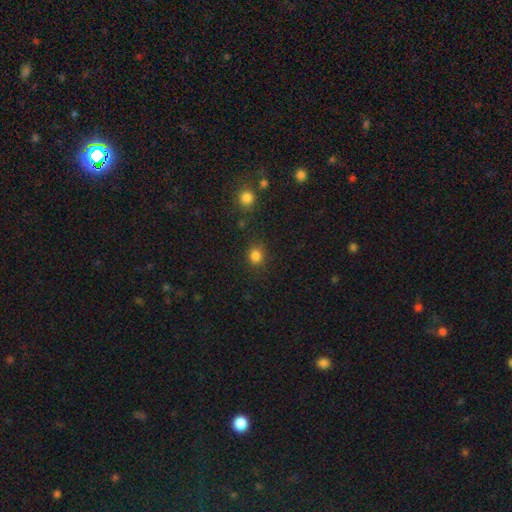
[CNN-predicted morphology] Smooth or featured? Predicted: smooth (p=0.84). How rounded? Predicted: round (p=0.78). Merging? Predicted: none (p=0.84).